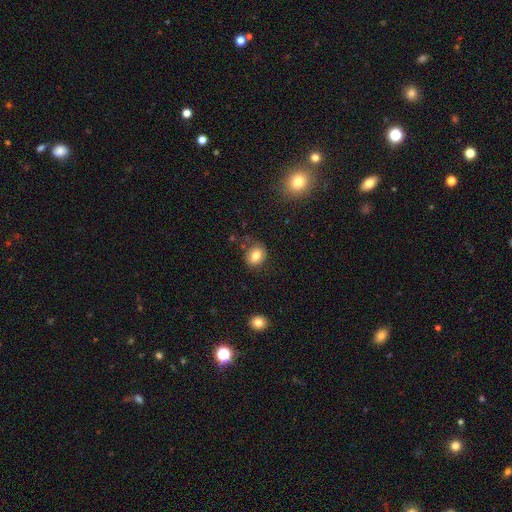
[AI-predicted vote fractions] Smooth or featured?
  - smooth: 79% *
  - featured or disk: 11%
  - star or artifact: 10%
How rounded?
  - round: 54% *
  - in between: 45%
  - cigar-shaped: 1%
Merging?
  - none: 78% *
  - minor disturbance: 15%
  - major disturbance: 4%
  - merger: 3%